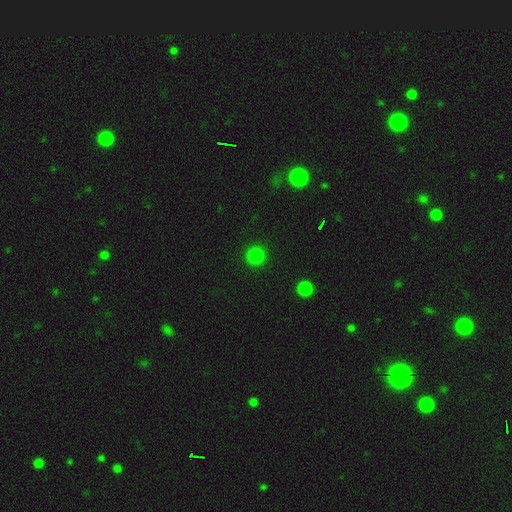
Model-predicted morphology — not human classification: Overall: smooth (82%). How rounded: round (94%). Merging: none (92%).